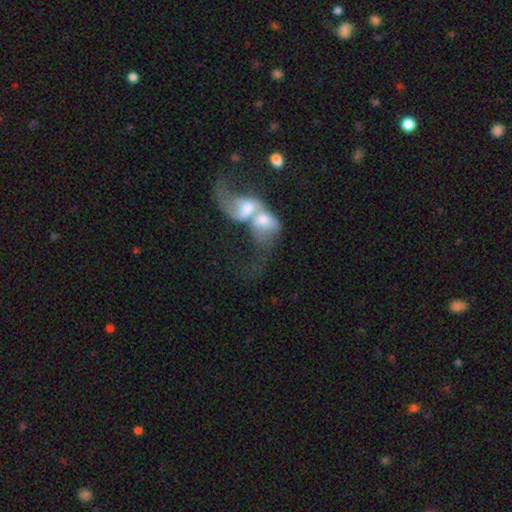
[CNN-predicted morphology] smooth-or-featured: featured or disk: 67% | smooth: 22% | star or artifact: 10%
  disk-edge-on: no: 94% | yes: 6%
    bar: no: 61% | weak: 30% | strong: 10%
    has-spiral-arms: yes: 74% | no: 26%
    bulge-size: moderate: 51% | small: 27% | large: 10% | none: 8% | dominant: 3%
  merging: merger: 80% | major disturbance: 9% | none: 8% | minor disturbance: 4%